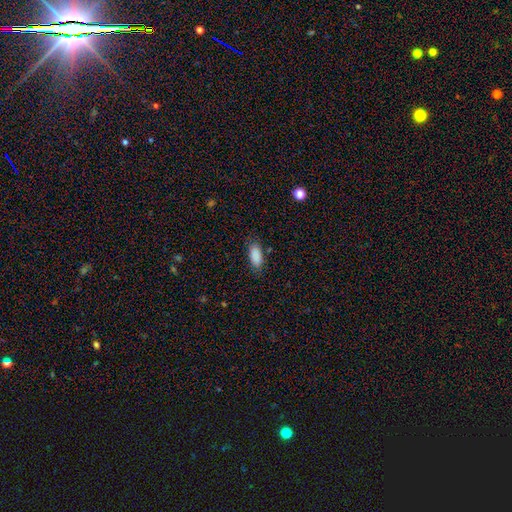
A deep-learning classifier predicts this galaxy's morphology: type=smooth (88%); roundness=in between (87%); merging=none (81%).